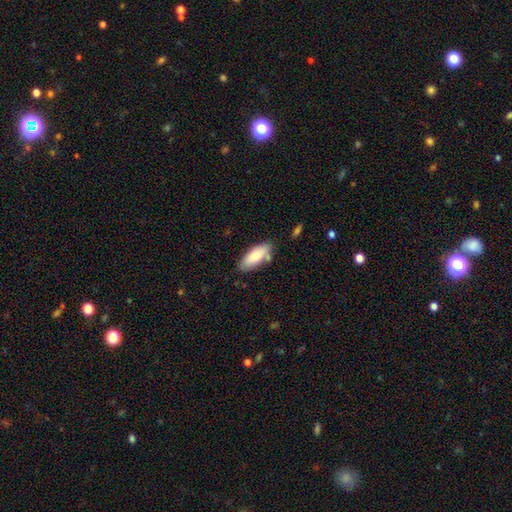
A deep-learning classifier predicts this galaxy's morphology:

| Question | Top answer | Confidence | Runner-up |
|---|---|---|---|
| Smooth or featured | smooth | 81% | featured or disk (13%) |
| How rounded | in between | 76% | cigar-shaped (22%) |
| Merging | none | 75% | minor disturbance (16%) |